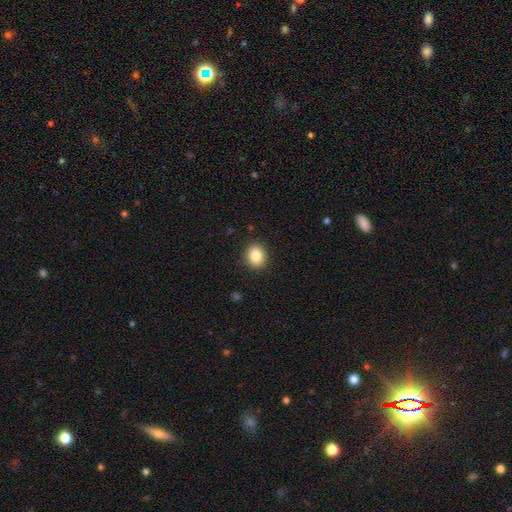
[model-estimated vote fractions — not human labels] smooth 85%, star or artifact 9%, featured or disk 6%. Down the decision tree: how rounded — round (60%); merging — none (90%).